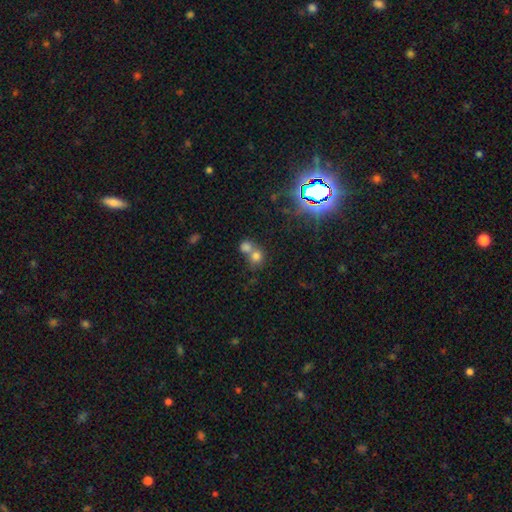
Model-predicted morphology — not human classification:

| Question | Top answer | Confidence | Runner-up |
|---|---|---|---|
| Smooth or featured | smooth | 71% | star or artifact (16%) |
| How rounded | round | 79% | in between (20%) |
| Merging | merger | 58% | none (33%) |